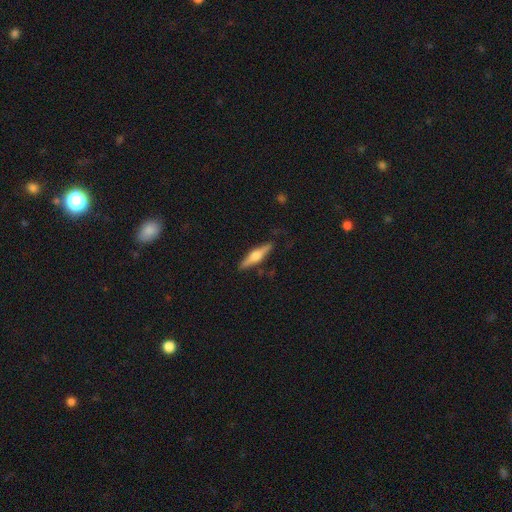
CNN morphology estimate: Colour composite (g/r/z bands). It shows a featured or disk galaxy (66%) viewed edge-on (97%) with a rounded central bulge (90%). Merging: none (86%).